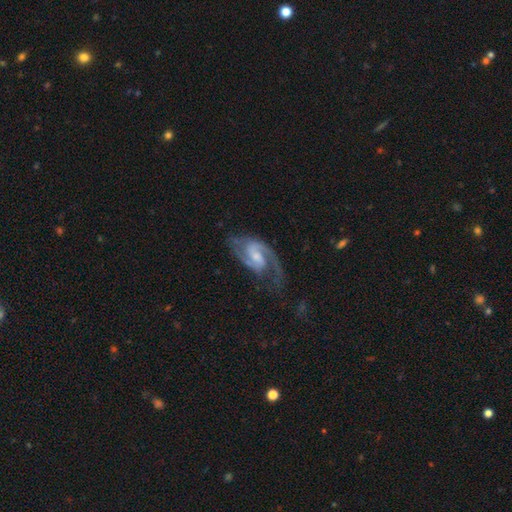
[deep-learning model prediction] featured or disk 90%, smooth 5%, star or artifact 4%. Down the decision tree: edge-on disk — no (97%); bar — weak (54%); spiral arms — yes (98%); spiral arm count — 2 (89%); spiral winding — medium (58%); bulge size — small (41%); merging — none (63%).